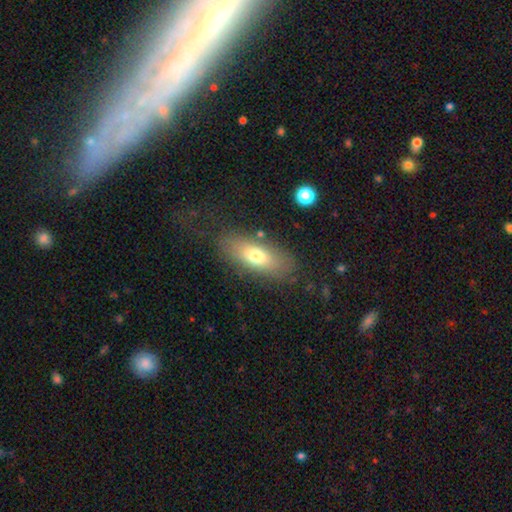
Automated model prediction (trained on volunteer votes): Smooth or featured? smooth (70%)
How rounded? in between (80%)
Merging? none (79%)